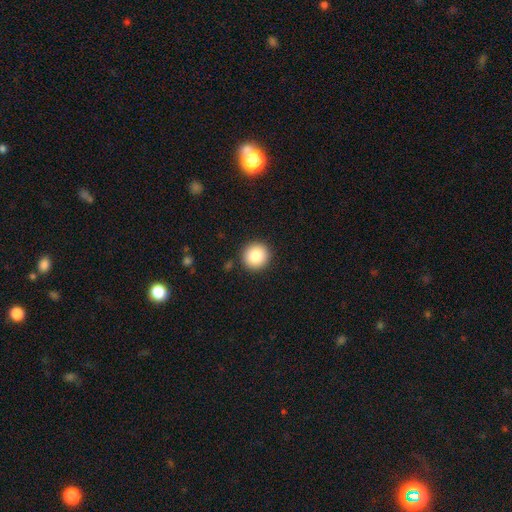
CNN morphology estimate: A smooth galaxy with no disk features (84%) that is round (94%).

Vote fractions:
- Smooth or featured? smooth: 84% / star or artifact: 9% / featured or disk: 7%
- How rounded? round: 94% / in between: 5% / cigar-shaped: 1%
- Merging? none: 91% / minor disturbance: 6% / major disturbance: 2% / merger: 1%